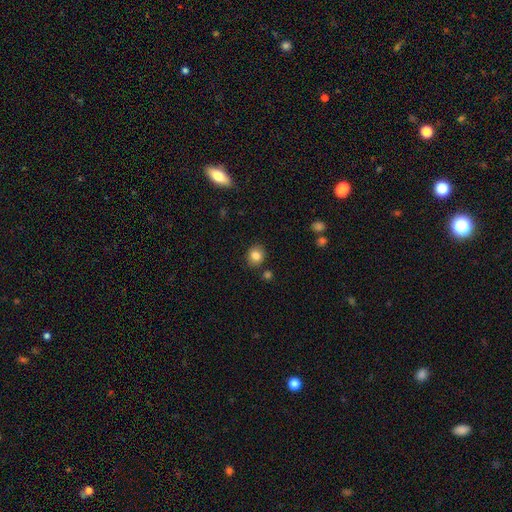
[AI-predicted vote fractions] Smooth or featured? Predicted: smooth (p=0.83). How rounded? Predicted: round (p=0.73). Merging? Predicted: none (p=0.84).